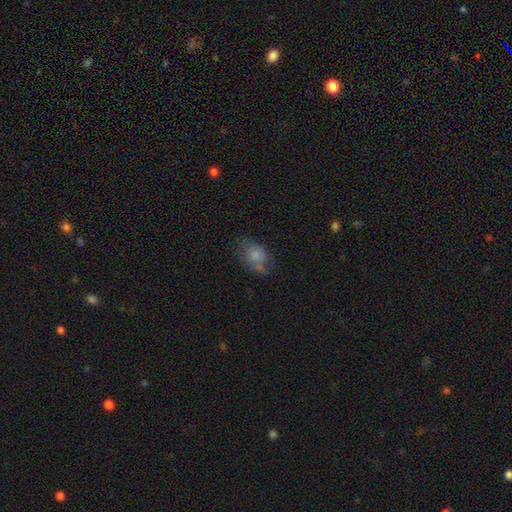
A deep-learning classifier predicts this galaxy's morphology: smooth-or-featured: smooth: 71% | featured or disk: 19% | star or artifact: 10%
  how-rounded: in between: 74% | round: 24% | cigar-shaped: 2%
  merging: none: 46% | minor disturbance: 28% | major disturbance: 14% | merger: 12%